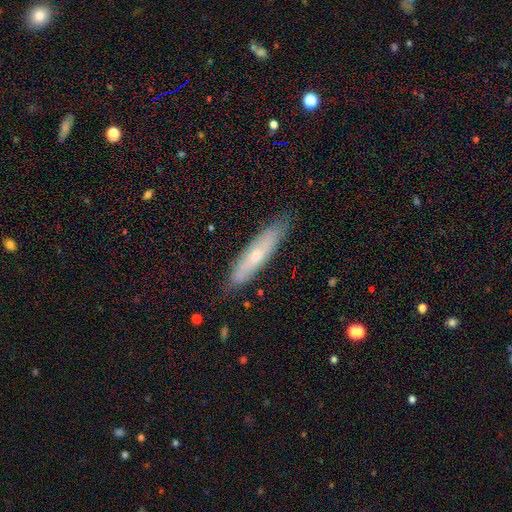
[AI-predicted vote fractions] smooth-or-featured: smooth: 47% | featured or disk: 46% | star or artifact: 7%
  merging: none: 80% | minor disturbance: 16% | major disturbance: 3% | merger: 1%